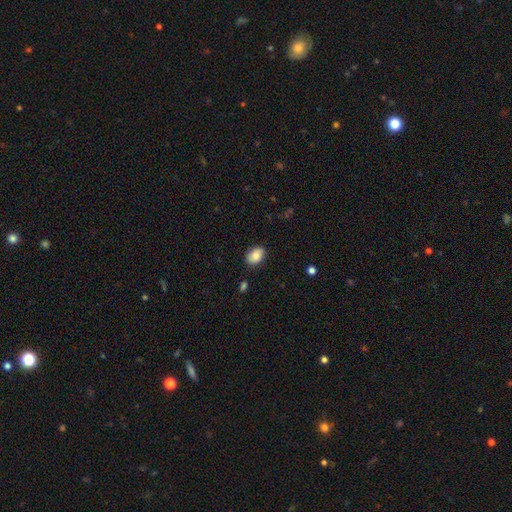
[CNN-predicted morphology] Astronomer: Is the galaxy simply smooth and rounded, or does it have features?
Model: smooth — 82%.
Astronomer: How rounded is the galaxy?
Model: in between — 81%.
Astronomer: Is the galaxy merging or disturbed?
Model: none — 83%.